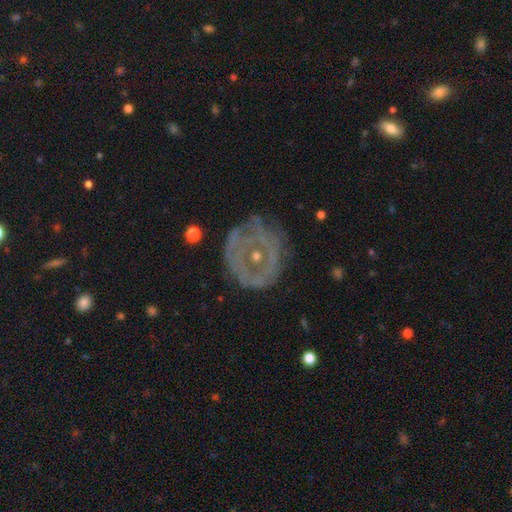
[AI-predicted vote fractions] This appears to be a featured or disk galaxy (60%) with no bar (68%), no spiral arms (66%) and a small central bulge (75%). Merging: none (66%).